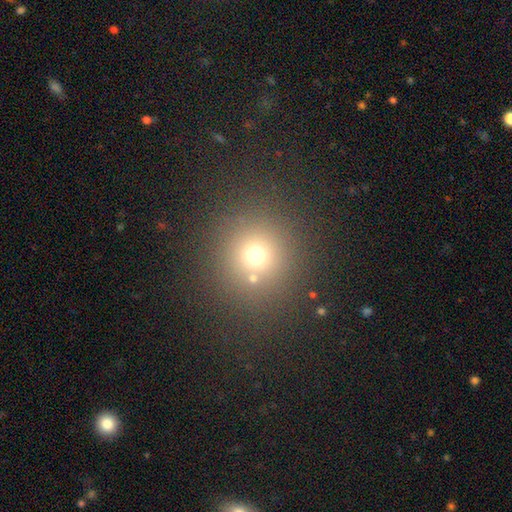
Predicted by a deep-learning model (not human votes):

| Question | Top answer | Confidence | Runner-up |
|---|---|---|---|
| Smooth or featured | smooth | 68% | star or artifact (23%) |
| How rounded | round | 92% | in between (7%) |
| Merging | none | 82% | minor disturbance (7%) |